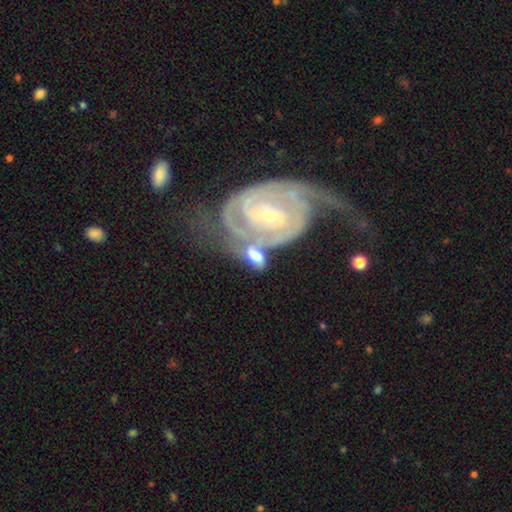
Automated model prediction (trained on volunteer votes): The model was most divided on "bar": no: 42%, weak: 37%, strong: 21%. Remaining: edge-on disk — no (94%); spiral arms — yes (86%); smooth or featured — featured or disk (62%); spiral winding — tight (55%); bulge size — small (54%); spiral arm count — 2 (49%); merging — merger (45%).